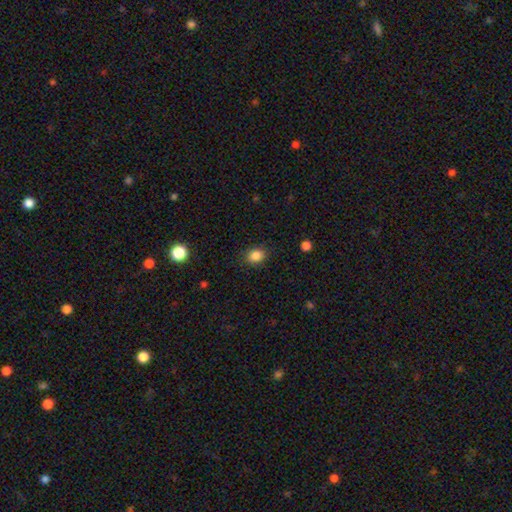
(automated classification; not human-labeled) Smooth or featured?
  - smooth: 86% *
  - star or artifact: 10%
  - featured or disk: 4%
How rounded?
  - round: 51% *
  - in between: 48%
  - cigar-shaped: 1%
Merging?
  - none: 86% *
  - minor disturbance: 10%
  - major disturbance: 3%
  - merger: 1%